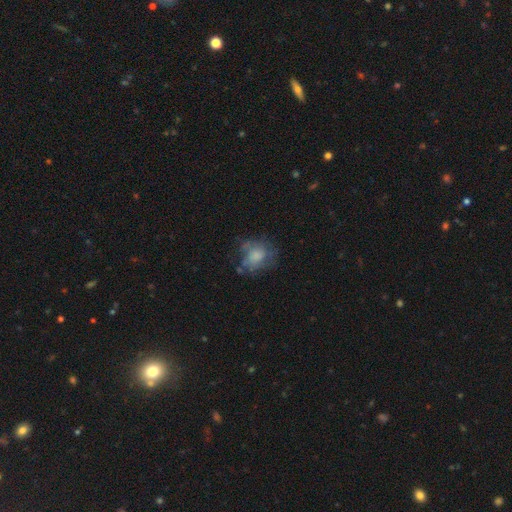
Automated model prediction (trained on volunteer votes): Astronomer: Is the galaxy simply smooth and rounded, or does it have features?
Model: smooth — 55% (runner-up: featured or disk, 35%).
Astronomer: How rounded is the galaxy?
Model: round — 59% (runner-up: in between, 40%).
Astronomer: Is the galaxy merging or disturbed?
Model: none — 49% (runner-up: minor disturbance, 25%).